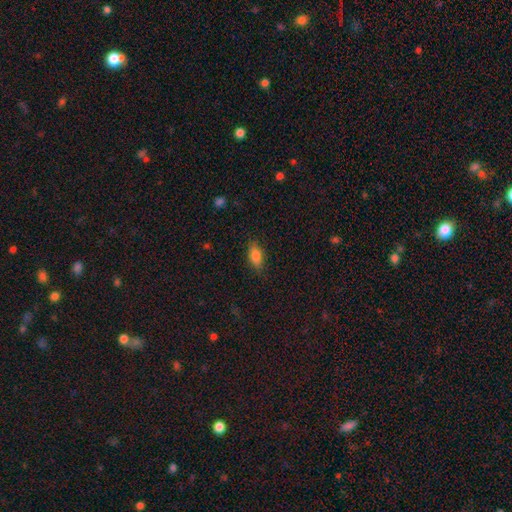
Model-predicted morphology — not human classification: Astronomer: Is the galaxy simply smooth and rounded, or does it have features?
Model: smooth — 82%.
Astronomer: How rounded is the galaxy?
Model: in between — 84%.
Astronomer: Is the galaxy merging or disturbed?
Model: none — 82%.